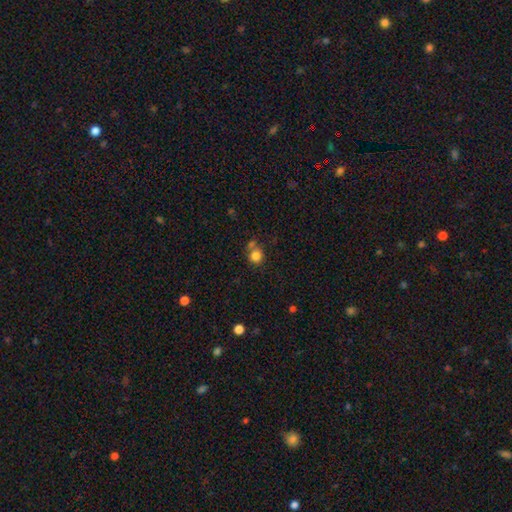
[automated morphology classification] Smooth or featured: smooth — 81% (star or artifact — 12%)
How rounded: round — 83% (in between — 16%)
Merging: none — 53% (merger — 30%)